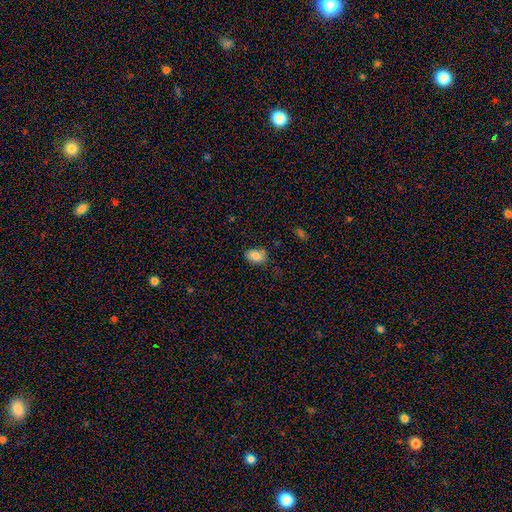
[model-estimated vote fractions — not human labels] The model was most divided on "merging": none: 74%, minor disturbance: 20%, major disturbance: 4%, merger: 2%. More confident: smooth or featured — smooth (83%); how rounded — in between (82%).